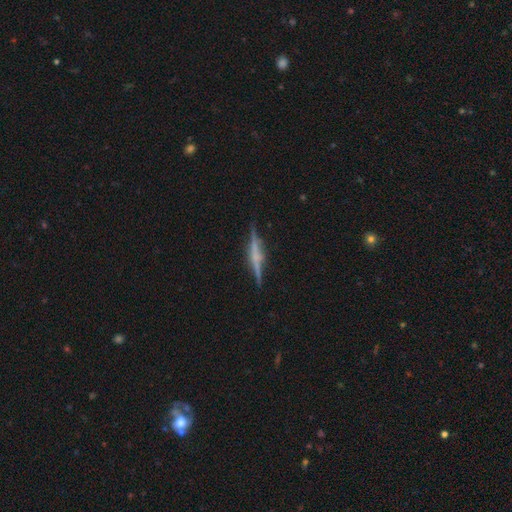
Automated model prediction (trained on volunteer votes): featured or disk 75%, smooth 17%, star or artifact 8%. Down the decision tree: edge-on disk — yes (97%); edge-on bulge — rounded (53%); merging — none (85%).